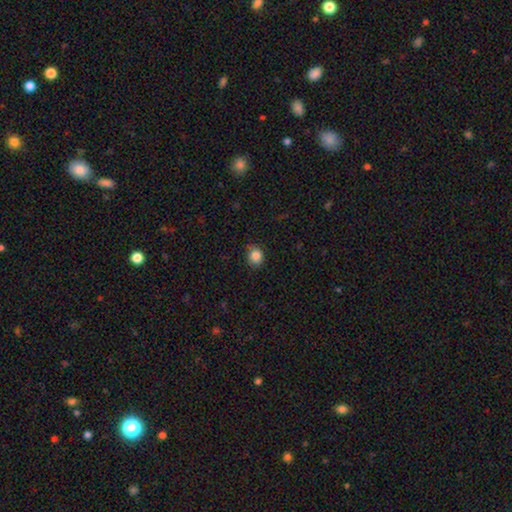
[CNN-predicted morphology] Smooth or featured: smooth — 85% (star or artifact — 10%)
How rounded: round — 74% (in between — 26%)
Merging: none — 82% (minor disturbance — 14%)